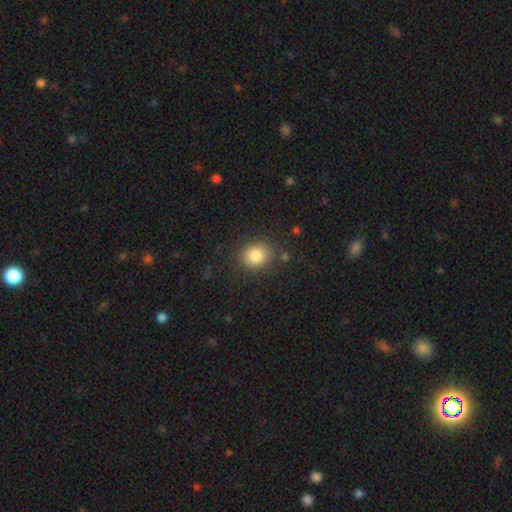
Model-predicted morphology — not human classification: smooth-or-featured: smooth: 84% | star or artifact: 10% | featured or disk: 6%
  how-rounded: round: 70% | in between: 30% | cigar-shaped: 1%
  merging: none: 84% | minor disturbance: 11% | major disturbance: 4% | merger: 2%